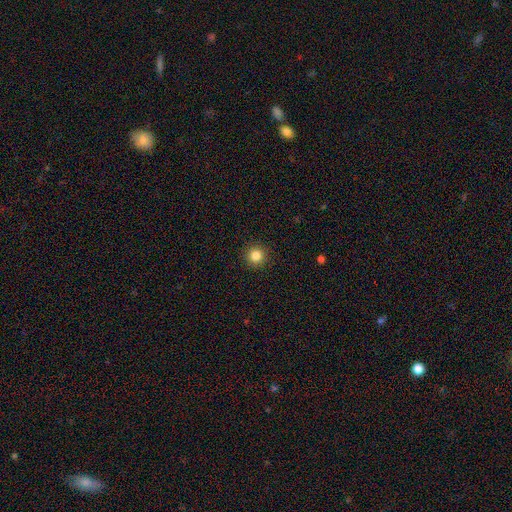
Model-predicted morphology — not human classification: A smooth galaxy with no disk features (84%) that is round (95%).

Vote fractions:
- Smooth or featured? smooth: 84% / star or artifact: 12% / featured or disk: 4%
- How rounded? round: 95% / in between: 4% / cigar-shaped: 1%
- Merging? none: 92% / minor disturbance: 5% / major disturbance: 2% / merger: 1%